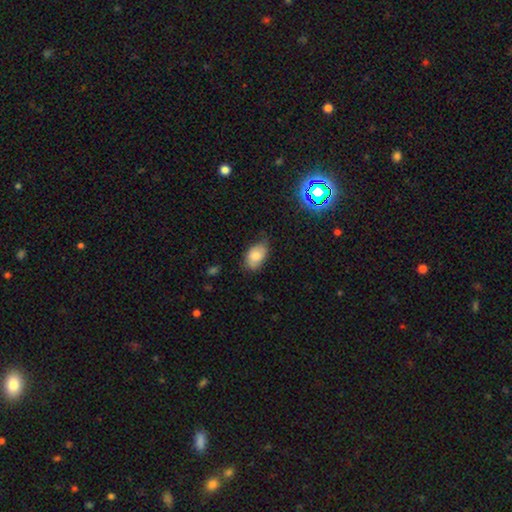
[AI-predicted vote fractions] The model was most divided on "merging": none: 64%, minor disturbance: 29%, major disturbance: 6%, merger: 1%. More confident: how rounded — in between (89%); smooth or featured — smooth (80%).